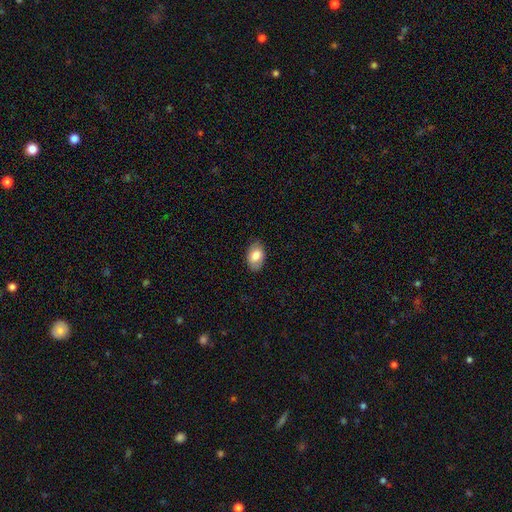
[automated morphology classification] Smooth or featured? smooth (79%)
How rounded? in between (90%)
Merging? none (82%)